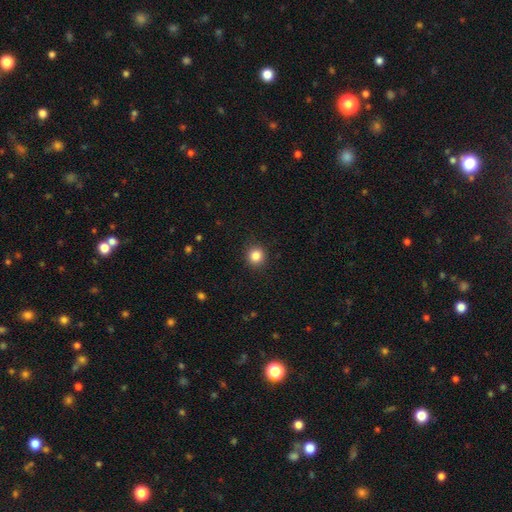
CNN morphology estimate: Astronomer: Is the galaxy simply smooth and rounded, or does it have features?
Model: smooth — 84%.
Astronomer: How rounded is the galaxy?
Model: round — 91%.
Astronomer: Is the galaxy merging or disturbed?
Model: none — 91%.